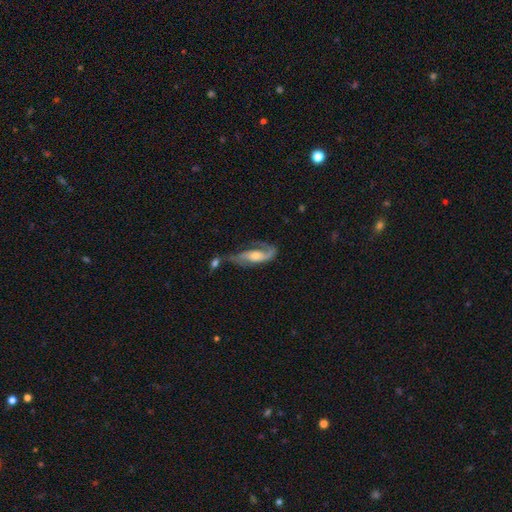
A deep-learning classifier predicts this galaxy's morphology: featured or disk 75%, smooth 18%, star or artifact 7%. Down the decision tree: edge-on disk — no (88%); bar — no (54%); spiral arms — yes (91%); spiral arm count — 2 (65%); spiral winding — loose (41%, tied with medium); bulge size — moderate (50%); merging — none (35%).